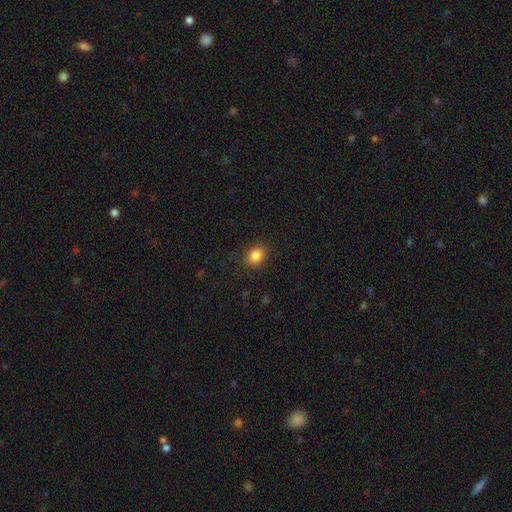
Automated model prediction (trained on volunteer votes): Smooth or featured: smooth — 85% (star or artifact — 10%)
How rounded: round — 56% (in between — 43%)
Merging: none — 88% (minor disturbance — 9%)